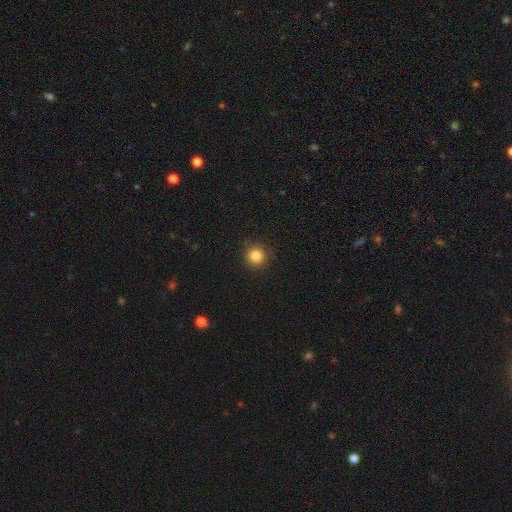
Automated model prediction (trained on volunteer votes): Smooth or featured?
  - smooth: 85% *
  - star or artifact: 11%
  - featured or disk: 4%
How rounded?
  - round: 94% *
  - in between: 5%
  - cigar-shaped: 1%
Merging?
  - none: 91% *
  - minor disturbance: 6%
  - major disturbance: 2%
  - merger: 1%